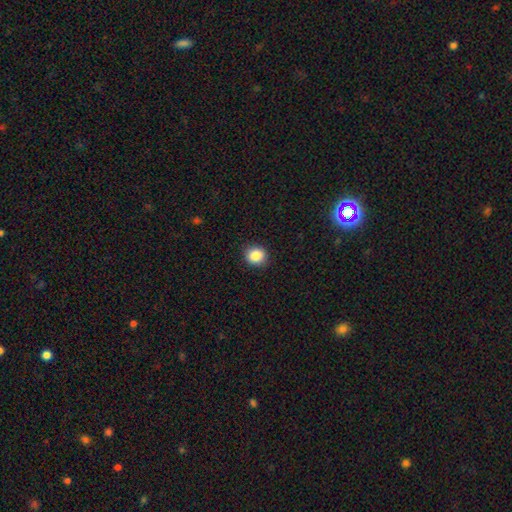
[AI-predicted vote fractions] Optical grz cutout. It shows a smooth galaxy with no disk features (87%) that is round (83%). Merging: none (90%).